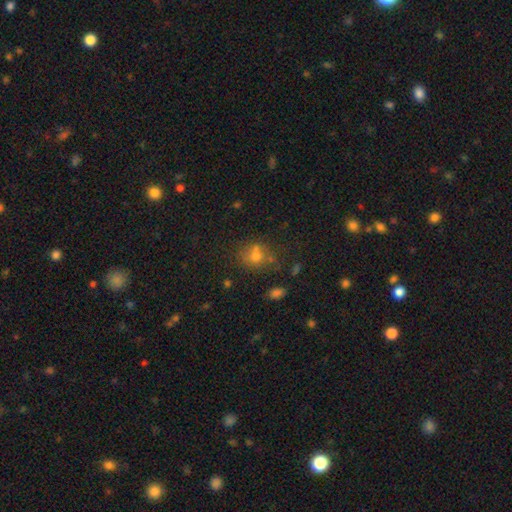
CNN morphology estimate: smooth_or_featured: smooth (p=0.63) [alt: star or artifact p=0.25]
how_rounded: round (p=0.69) [alt: in between p=0.30]
merging: none (p=0.60) [alt: merger p=0.19]